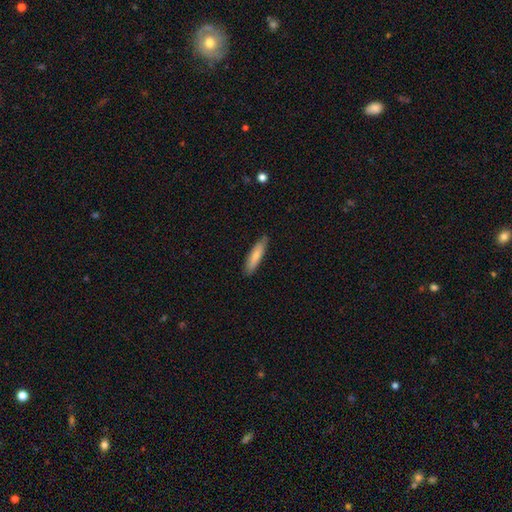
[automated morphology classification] This appears to be a smooth galaxy with no disk features (77%) that is cigar-shaped (71%). Merging: none (85%).